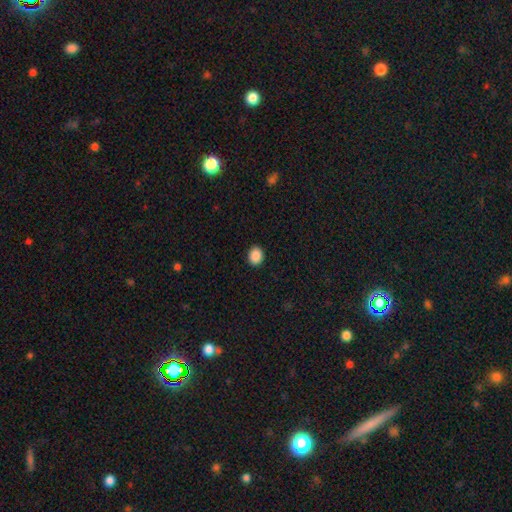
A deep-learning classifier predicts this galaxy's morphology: type=smooth (89%); roundness=in between (52%); merging=none (91%).